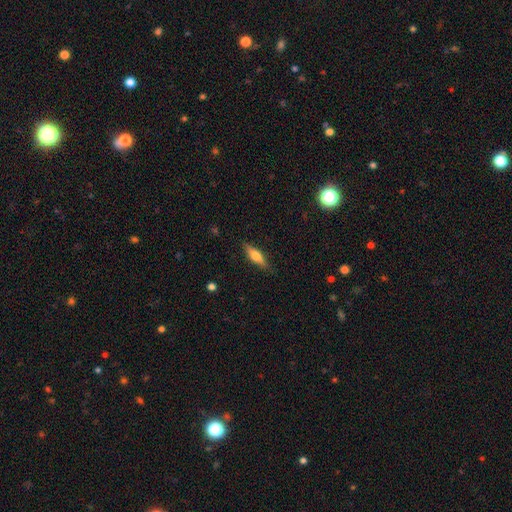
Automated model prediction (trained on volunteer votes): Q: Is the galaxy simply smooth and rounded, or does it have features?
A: smooth — 53%.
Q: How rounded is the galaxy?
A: cigar-shaped — 62%.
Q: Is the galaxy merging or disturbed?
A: none — 84%.